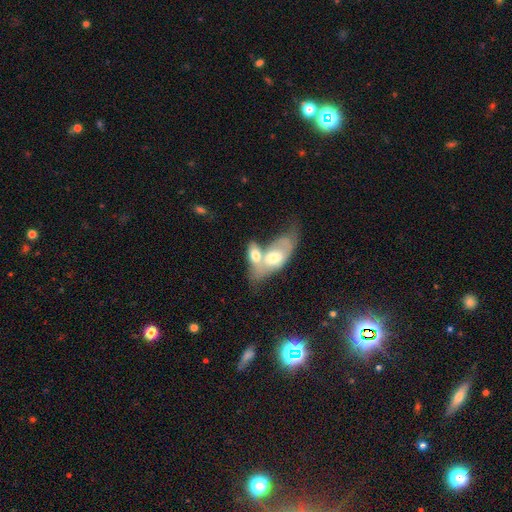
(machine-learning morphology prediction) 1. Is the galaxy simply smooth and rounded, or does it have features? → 60% smooth, 34% featured or disk, 6% star or artifact.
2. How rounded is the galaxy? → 84% in between, 11% cigar-shaped, 6% round.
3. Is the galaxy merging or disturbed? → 70% merger, 16% none, 8% minor disturbance, 6% major disturbance.